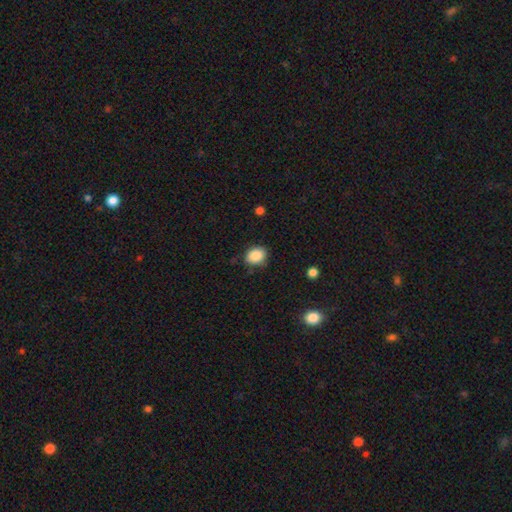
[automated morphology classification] type=smooth (88%); roundness=in between (52%); merging=none (81%).